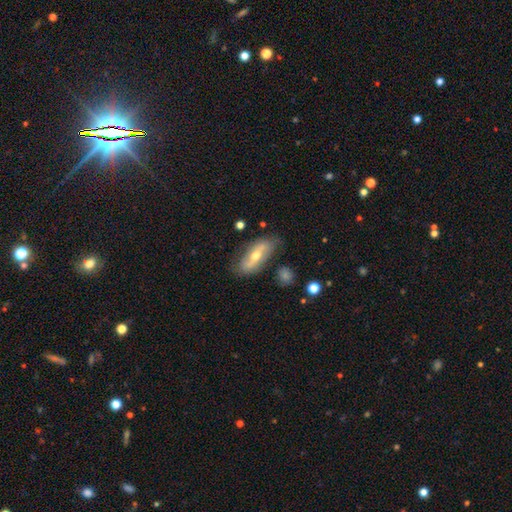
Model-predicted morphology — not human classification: Overall: featured or disk (62%; smooth 31%). Edge-on disk: no (80%). Merging: none (74%).